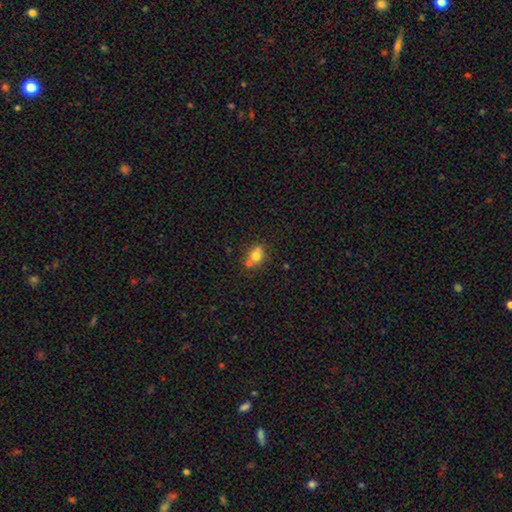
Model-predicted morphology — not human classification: Q: Smooth or featured?
A: smooth (73%); runner-up: featured or disk (15%)
Q: How rounded?
A: round (59%); runner-up: in between (39%)
Q: Merging?
A: none (50%); runner-up: merger (34%)